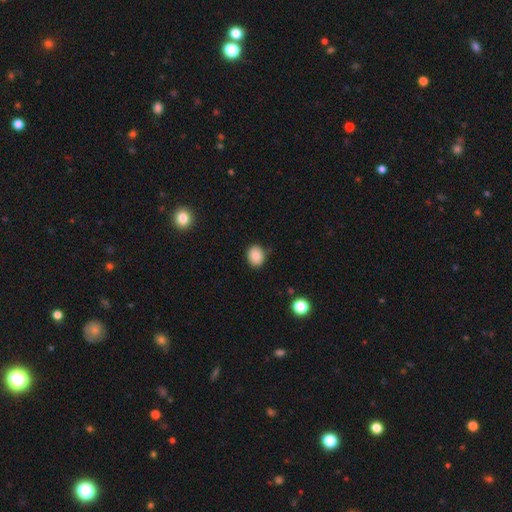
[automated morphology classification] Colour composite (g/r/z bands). It shows a smooth galaxy with no disk features (83%) that is round (60%). Merging: none (83%).